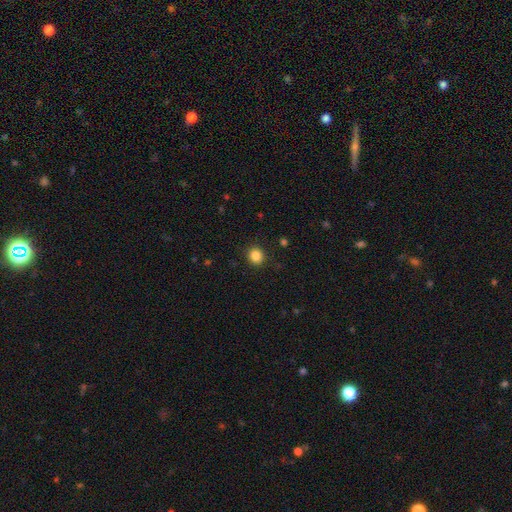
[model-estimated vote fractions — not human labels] This appears to be a smooth galaxy with no disk features (85%) that is round (87%). Merging: none (91%).